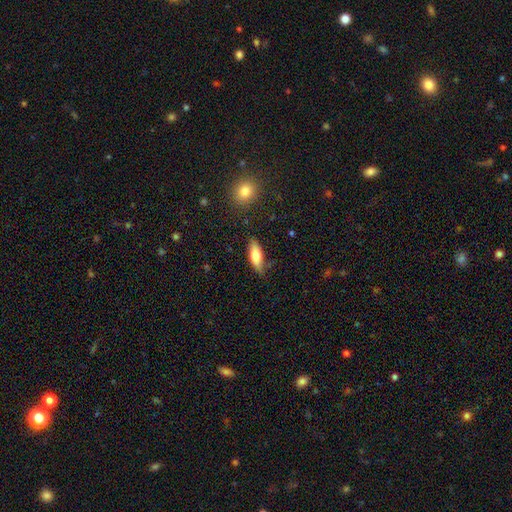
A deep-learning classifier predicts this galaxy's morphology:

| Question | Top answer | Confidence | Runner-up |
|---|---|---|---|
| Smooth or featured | smooth | 75% | featured or disk (19%) |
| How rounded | in between | 70% | cigar-shaped (28%) |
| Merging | none | 76% | minor disturbance (18%) |